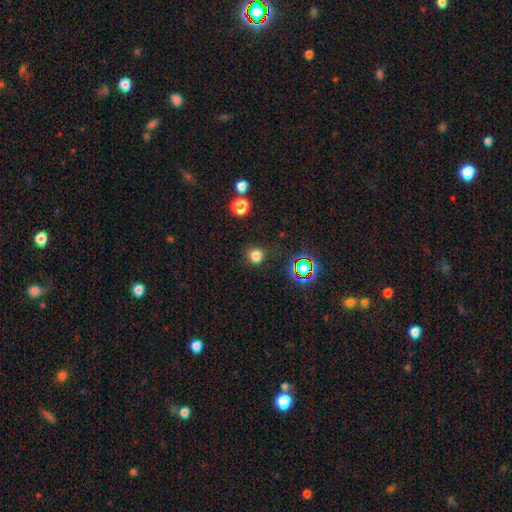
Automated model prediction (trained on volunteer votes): This is likely a smooth galaxy (78%). How rounded: clearly round (90%). Merging: clearly none (86%).